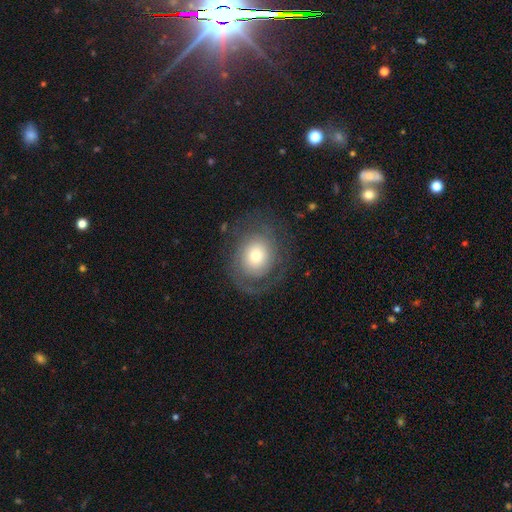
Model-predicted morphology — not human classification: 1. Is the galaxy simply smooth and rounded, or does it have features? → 56% featured or disk, 35% smooth, 8% star or artifact.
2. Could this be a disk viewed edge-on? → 96% no, 4% yes.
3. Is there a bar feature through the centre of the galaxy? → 83% no, 14% weak, 3% strong.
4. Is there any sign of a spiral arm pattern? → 78% yes, 22% no.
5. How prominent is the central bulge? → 48% moderate, 35% small, 12% large, 3% dominant, 1% none.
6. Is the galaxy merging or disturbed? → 73% none, 14% minor disturbance, 13% major disturbance, 1% merger.